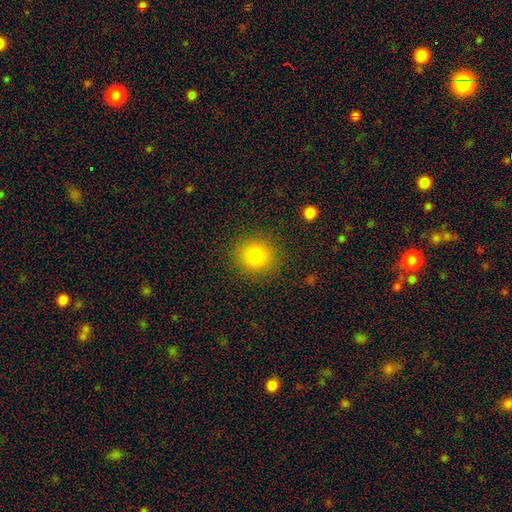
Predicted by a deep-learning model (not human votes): Smooth or featured?
  - smooth: 81% *
  - star or artifact: 12%
  - featured or disk: 7%
How rounded?
  - round: 88% *
  - in between: 11%
  - cigar-shaped: 1%
Merging?
  - none: 89% *
  - minor disturbance: 7%
  - major disturbance: 3%
  - merger: 1%